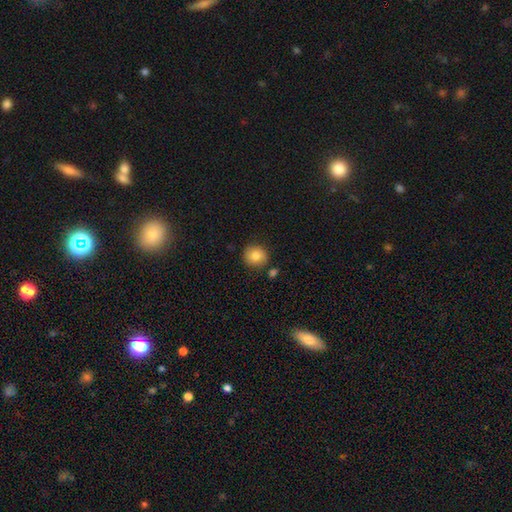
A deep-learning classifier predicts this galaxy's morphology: Smooth or featured? smooth (85%)
How rounded? round (87%)
Merging? none (83%)